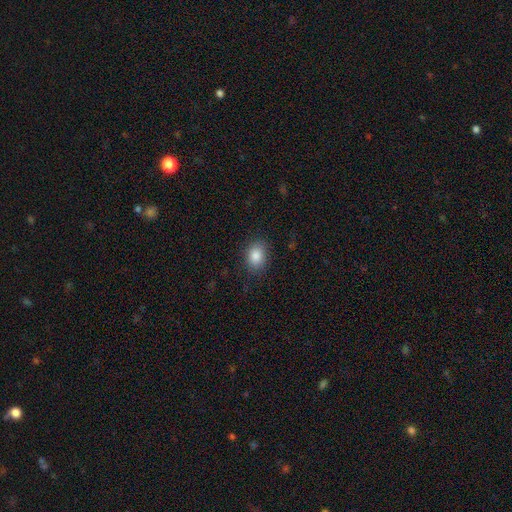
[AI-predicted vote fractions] smooth 86%, star or artifact 8%, featured or disk 5%. Down the decision tree: how rounded — in between (70%); merging — none (83%).